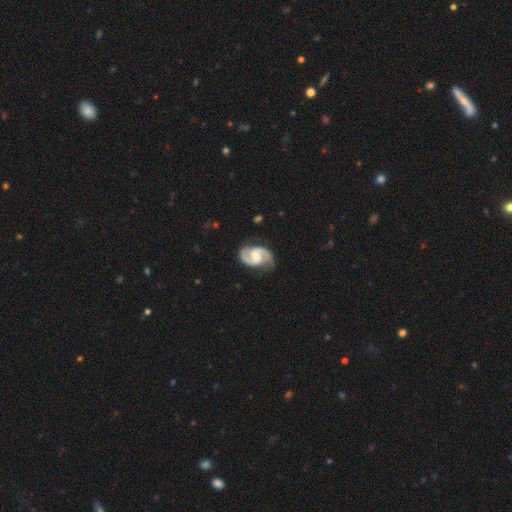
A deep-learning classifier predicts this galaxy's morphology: A featured or disk galaxy (91%) with a weak bar (49%), 2 (94%) medium (58%) spiral arms (98%) and a moderate central bulge (57%). Merging: none (81%).